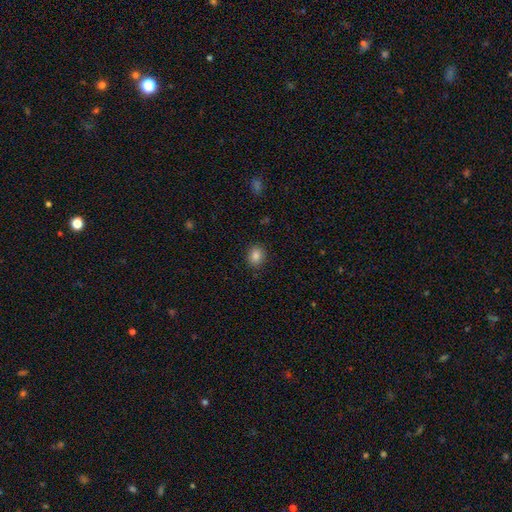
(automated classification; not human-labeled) Smooth or featured? Predicted: smooth (p=0.85). How rounded? Predicted: round (p=0.59). Merging? Predicted: none (p=0.88).